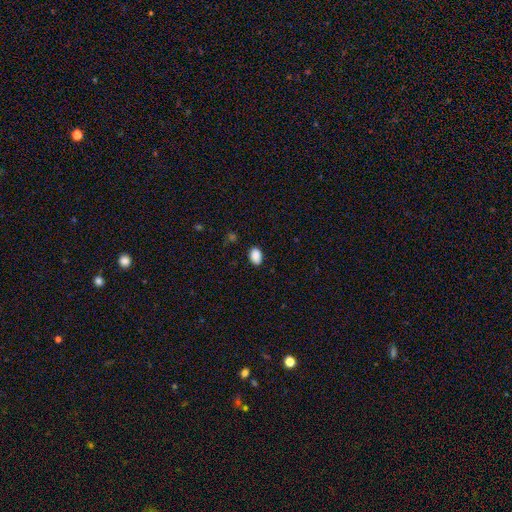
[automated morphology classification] smooth 89%, star or artifact 8%, featured or disk 3%. Down the decision tree: how rounded — in between (86%); merging — none (87%).